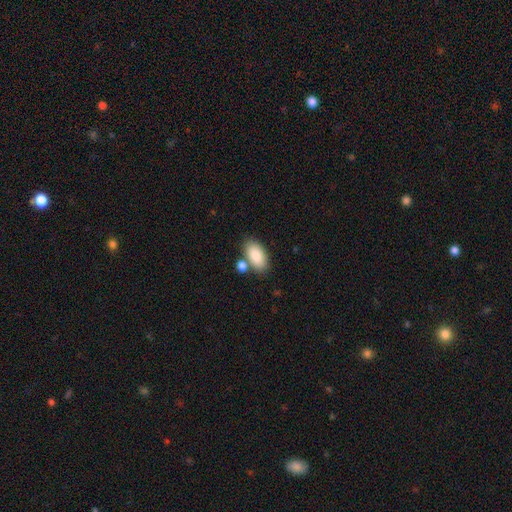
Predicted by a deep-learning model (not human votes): The model was most divided on "merging": none: 65%, merger: 19%, minor disturbance: 12%, major disturbance: 4%. More confident: how rounded — in between (94%); smooth or featured — smooth (87%).